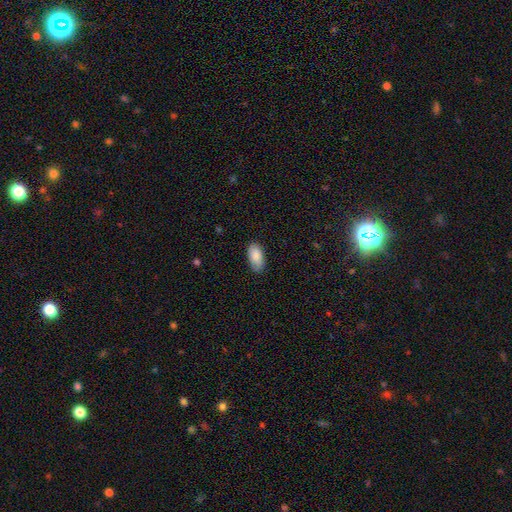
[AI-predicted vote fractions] Smooth or featured? Predicted: smooth (p=0.86). How rounded? Predicted: in between (p=0.94). Merging? Predicted: none (p=0.80).